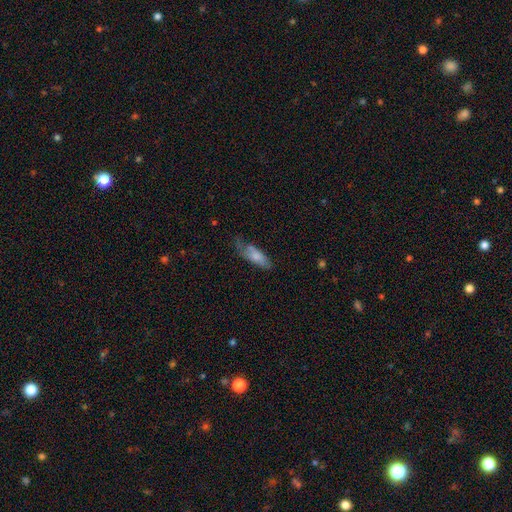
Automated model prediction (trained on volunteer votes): Smooth or featured? Predicted: smooth (p=0.71). How rounded? Predicted: in between (p=0.62). Merging? Predicted: none (p=0.42).